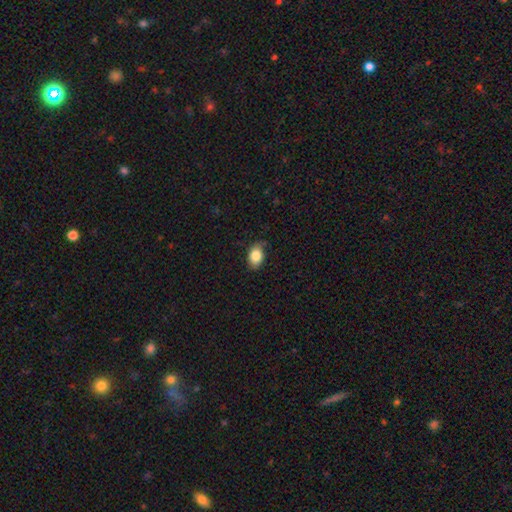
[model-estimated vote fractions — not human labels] Smooth or featured: smooth — 85% (star or artifact — 8%)
How rounded: in between — 83% (round — 16%)
Merging: none — 72% (minor disturbance — 23%)